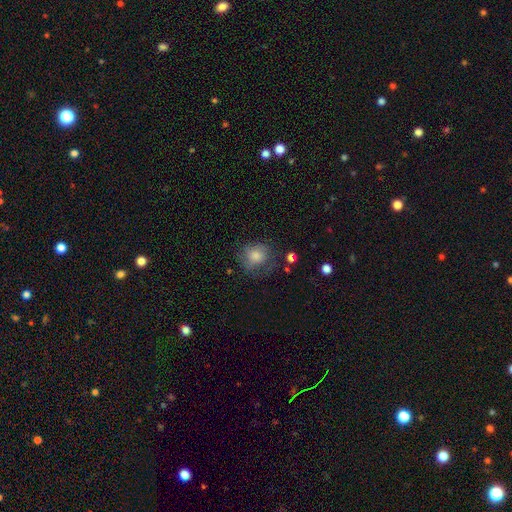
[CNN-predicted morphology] smooth-or-featured: smooth: 66% | featured or disk: 22% | star or artifact: 12%
  how-rounded: round: 75% | in between: 24% | cigar-shaped: 1%
  merging: none: 61% | minor disturbance: 23% | major disturbance: 14% | merger: 2%